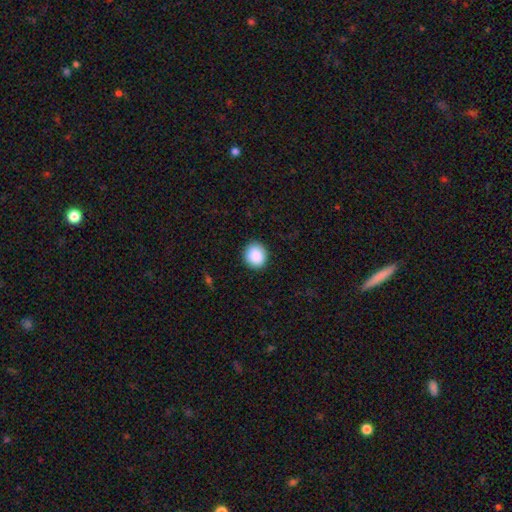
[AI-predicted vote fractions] Q: Smooth or featured?
A: smooth (90%); runner-up: star or artifact (8%)
Q: How rounded?
A: round (85%); runner-up: in between (14%)
Q: Merging?
A: none (90%); runner-up: minor disturbance (7%)